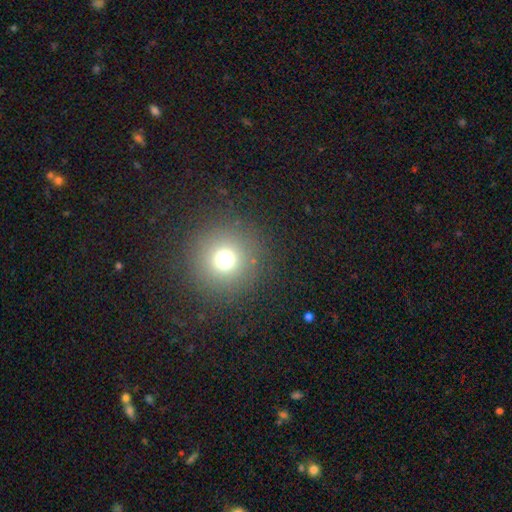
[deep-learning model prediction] The model was most divided on "smooth or featured": smooth: 69%, star or artifact: 23%, featured or disk: 8%. More confident: how rounded — round (96%); merging — none (92%).